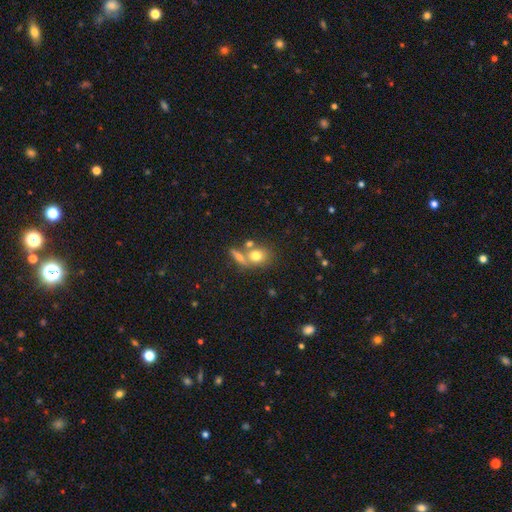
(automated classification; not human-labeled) This appears to be a smooth galaxy with no disk features (73%) that is round (56%). Merging: none (46%).